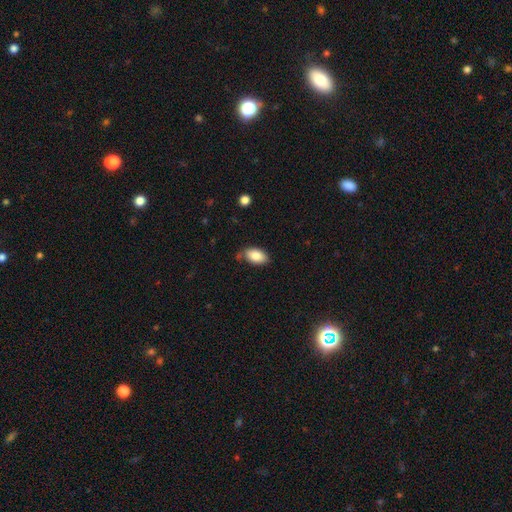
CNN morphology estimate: Smooth or featured? smooth (85%)
How rounded? in between (93%)
Merging? none (71%)